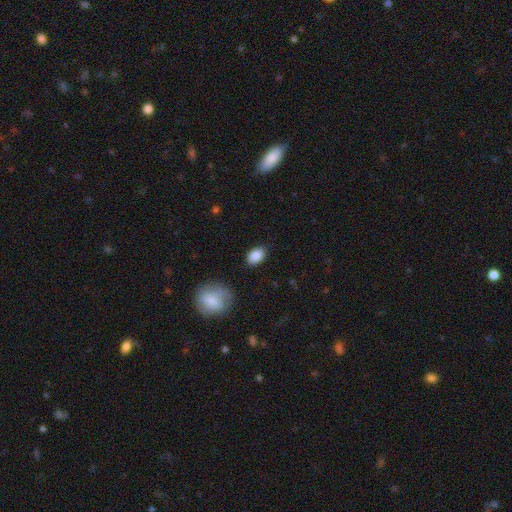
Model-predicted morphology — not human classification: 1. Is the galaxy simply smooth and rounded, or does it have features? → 87% smooth, 7% star or artifact, 5% featured or disk.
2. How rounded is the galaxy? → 85% in between, 13% round, 1% cigar-shaped.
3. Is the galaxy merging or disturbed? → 85% none, 11% minor disturbance, 3% major disturbance, 2% merger.